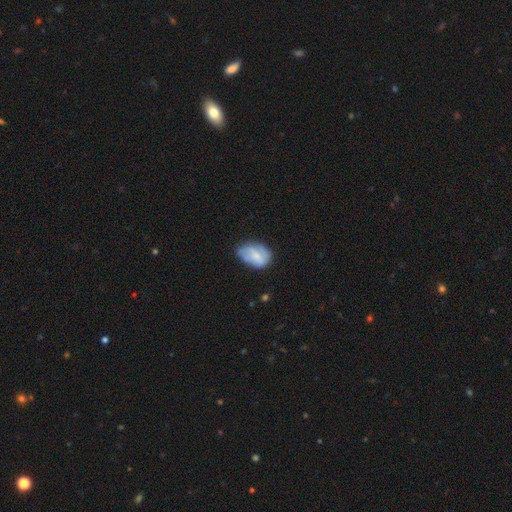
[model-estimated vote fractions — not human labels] smooth 63%, featured or disk 30%, star or artifact 7%. Down the decision tree: how rounded — in between (85%); merging — none (48%).